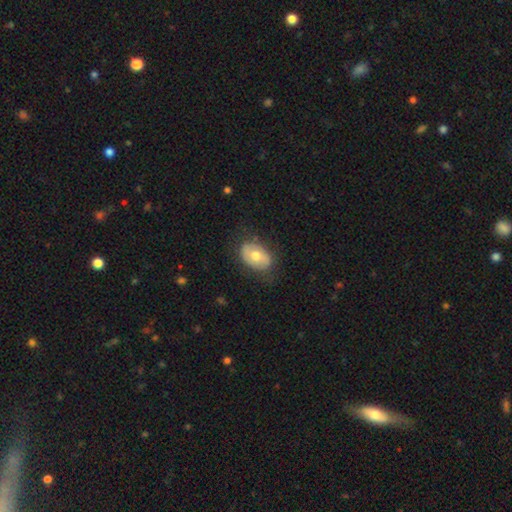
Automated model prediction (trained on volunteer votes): Overall: smooth (60%; featured or disk 34%). How rounded: in between (82%). Merging: none (74%).